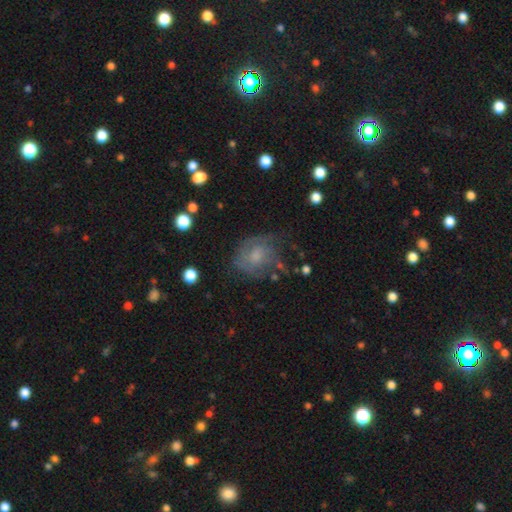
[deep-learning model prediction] smooth-or-featured: featured or disk: 54% | smooth: 35% | star or artifact: 11%
  disk-edge-on: no: 97% | yes: 3%
    bar: no: 70% | weak: 27% | strong: 4%
    has-spiral-arms: yes: 74% | no: 26%
    bulge-size: moderate: 42% | small: 37% | none: 14% | large: 6% | dominant: 1%
  merging: none: 55% | minor disturbance: 24% | major disturbance: 18% | merger: 3%